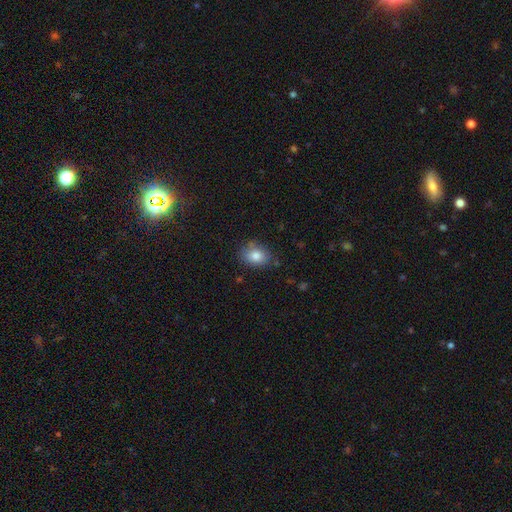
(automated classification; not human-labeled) The model was most divided on "how rounded": in between: 66%, round: 33%, cigar-shaped: 1%. More confident: smooth or featured — smooth (83%); merging — none (77%).